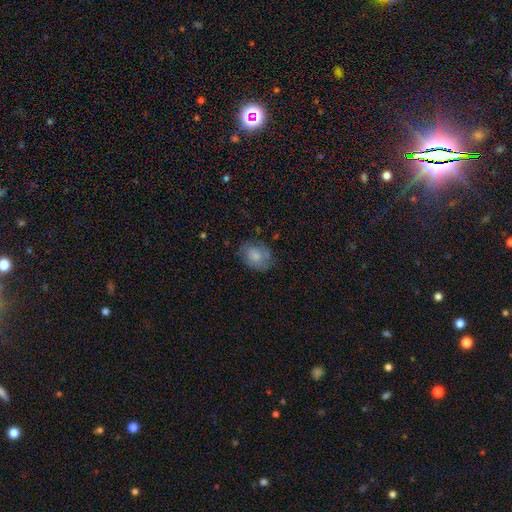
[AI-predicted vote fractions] smooth-or-featured: smooth: 70% | featured or disk: 22% | star or artifact: 8%
  how-rounded: in between: 61% | round: 38% | cigar-shaped: 1%
  merging: none: 64% | minor disturbance: 24% | major disturbance: 10% | merger: 2%